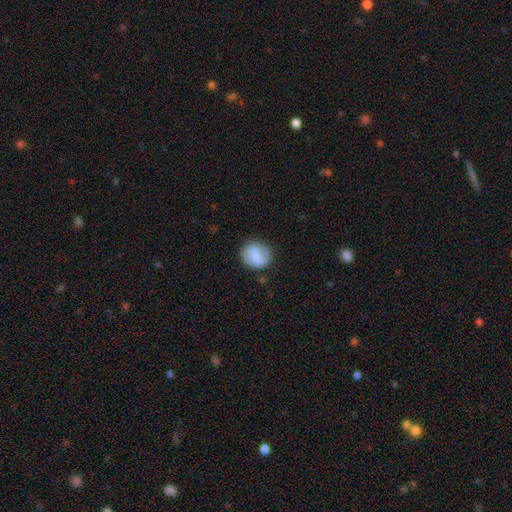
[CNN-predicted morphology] smooth_or_featured: smooth (p=0.63) [alt: featured or disk p=0.30]
how_rounded: round (p=0.81) [alt: in between p=0.18]
merging: none (p=0.76) [alt: minor disturbance p=0.16]